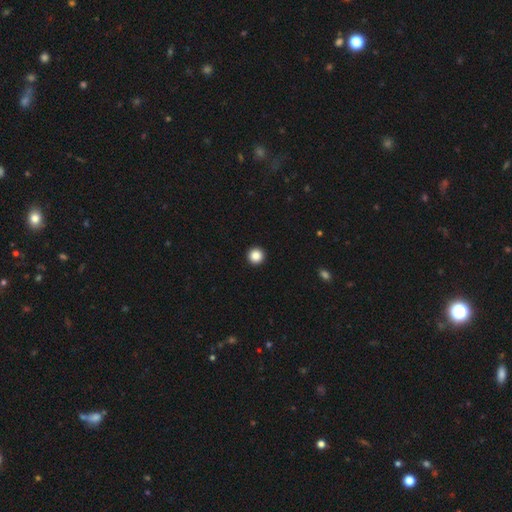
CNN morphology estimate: Smooth or featured: smooth — 87% (star or artifact — 10%)
How rounded: round — 97% (in between — 2%)
Merging: none — 94% (minor disturbance — 3%)